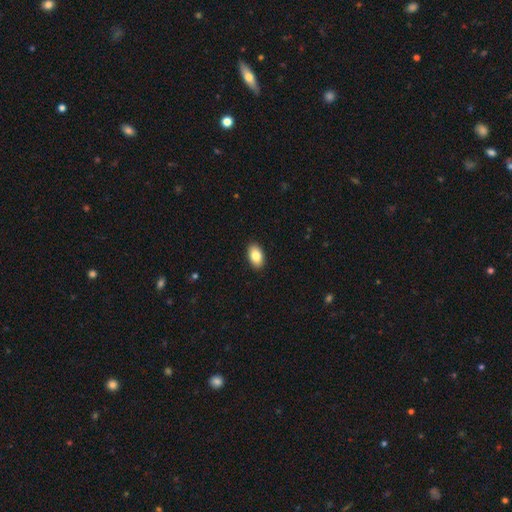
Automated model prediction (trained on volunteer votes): smooth-or-featured: smooth: 84% | featured or disk: 9% | star or artifact: 7%
  how-rounded: in between: 93% | round: 5% | cigar-shaped: 2%
  merging: none: 91% | minor disturbance: 7% | major disturbance: 2% | merger: 1%